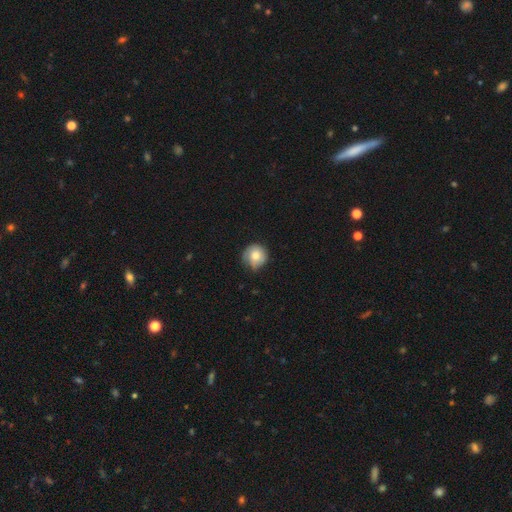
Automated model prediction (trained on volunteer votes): Morphology: type=smooth (71%); roundness=round (89%); merging=none (63%).